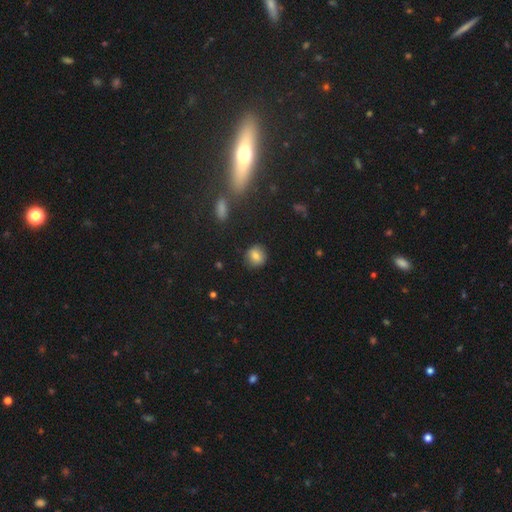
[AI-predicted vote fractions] This is likely a smooth galaxy (78%). How rounded: clearly round (81%). Merging: clearly none (85%).